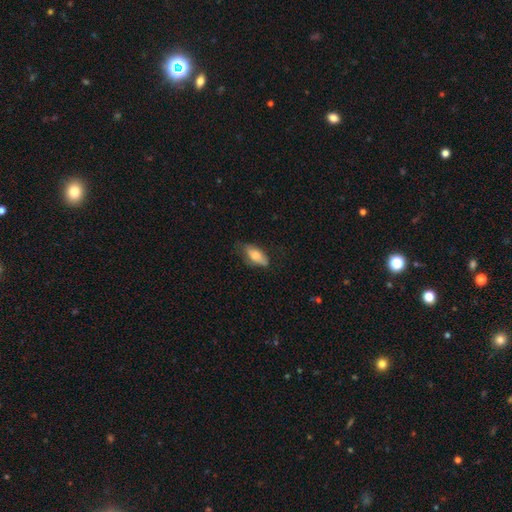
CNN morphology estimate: smooth_or_featured: smooth (p=0.77) [alt: featured or disk p=0.16]
how_rounded: in between (p=0.83) [alt: cigar-shaped p=0.14]
merging: none (p=0.59) [alt: minor disturbance p=0.30]